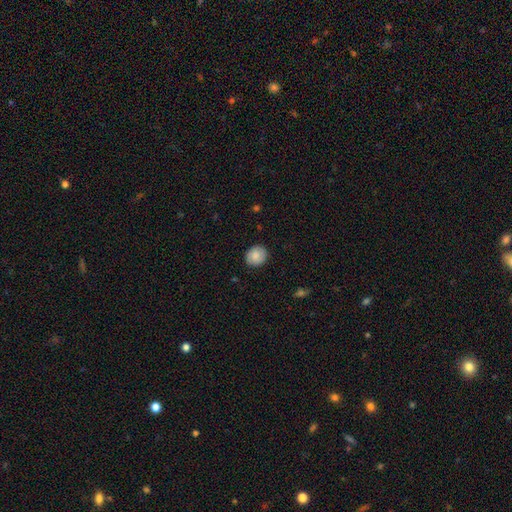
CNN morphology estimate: This appears to be a smooth galaxy with no disk features (85%) that is round (77%). Merging: none (88%).